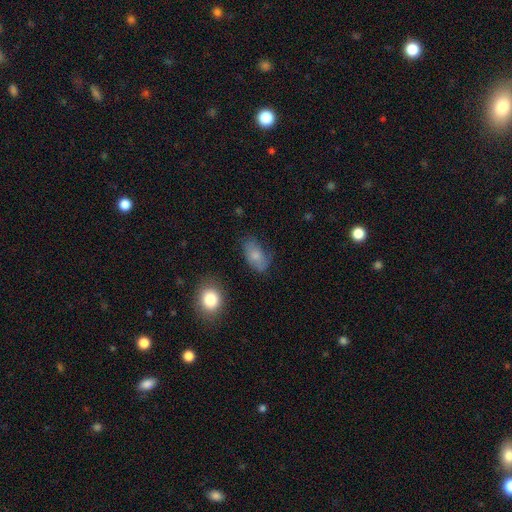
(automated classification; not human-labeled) A smooth galaxy with no disk features (75%) that is in between round and cigar-shaped (90%).

Vote fractions:
- Smooth or featured? smooth: 75% / featured or disk: 17% / star or artifact: 8%
- How rounded? in between: 90% / round: 7% / cigar-shaped: 2%
- Merging? none: 60% / minor disturbance: 28% / major disturbance: 9% / merger: 3%